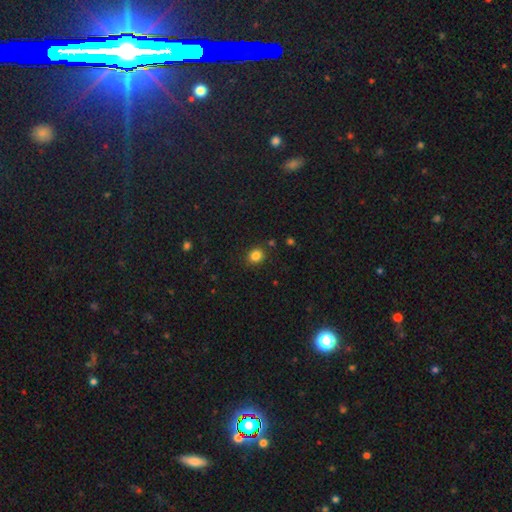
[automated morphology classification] The model was most divided on "how rounded": round: 69%, in between: 30%, cigar-shaped: 1%. More confident: merging — none (85%); smooth or featured — smooth (83%).